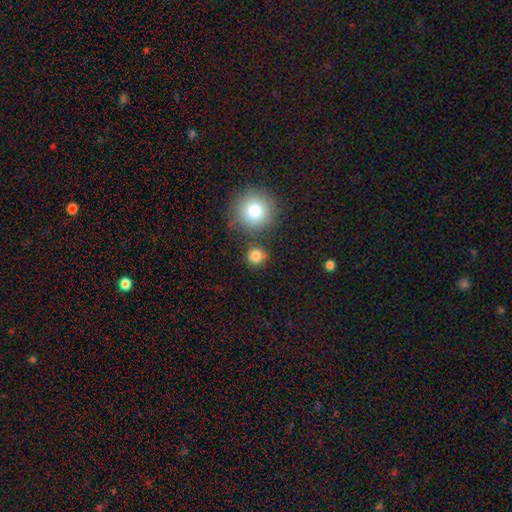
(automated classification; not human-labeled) Morphology: type=smooth (83%); roundness=round (88%); merging=none (76%).